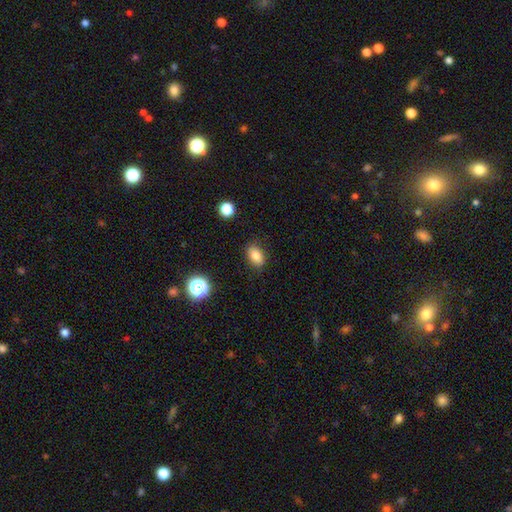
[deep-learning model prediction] smooth-or-featured: smooth: 83% | star or artifact: 10% | featured or disk: 7%
  how-rounded: in between: 86% | round: 12% | cigar-shaped: 2%
  merging: none: 85% | minor disturbance: 11% | major disturbance: 3% | merger: 1%